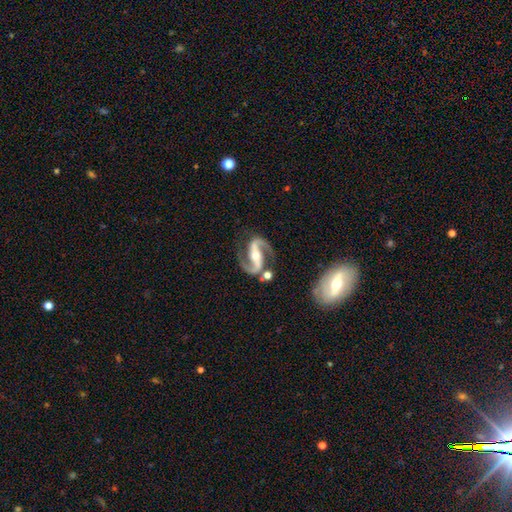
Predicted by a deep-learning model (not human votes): This is clearly a featured or disk galaxy (93%). It is clearly not viewed edge-on (98%). Bar: possibly strong (59%). Spiral arm pattern: clearly yes (98%). Spiral arm count: clearly 2 (95%). Spiral winding: likely medium (61%). Central bulge: likely moderate (61%). Merging: likely none (77%).